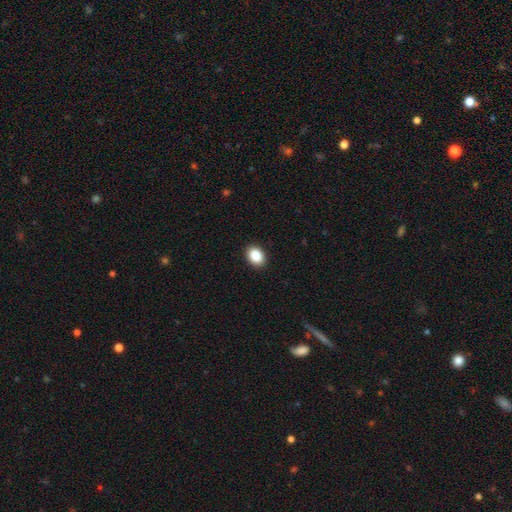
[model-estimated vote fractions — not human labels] Morphology: type=smooth (89%); roundness=in between (66%); merging=none (91%).